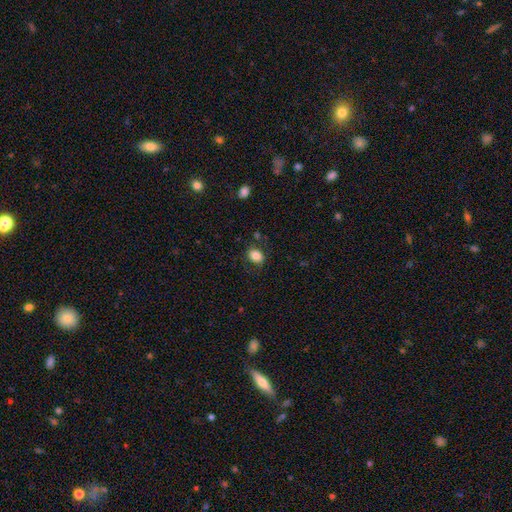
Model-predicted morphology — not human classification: A smooth galaxy with no disk features (83%) that is in between round and cigar-shaped (65%).

Vote fractions:
- Smooth or featured? smooth: 83% / star or artifact: 9% / featured or disk: 8%
- How rounded? in between: 65% / round: 34% / cigar-shaped: 1%
- Merging? none: 80% / minor disturbance: 13% / major disturbance: 4% / merger: 3%